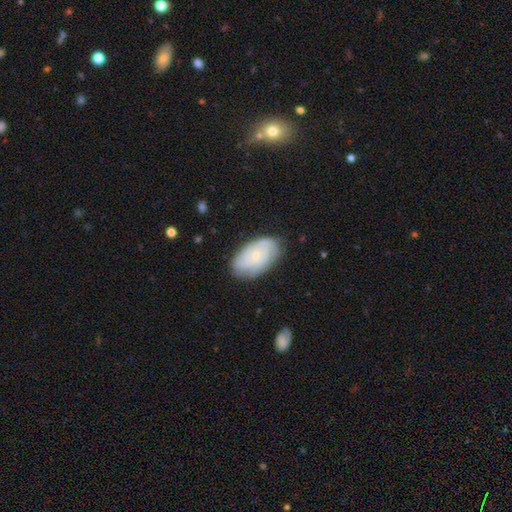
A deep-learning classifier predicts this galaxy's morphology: Smooth or featured? Predicted: featured or disk (p=0.66). Edge-on disk? Predicted: no (p=0.96). Bar? Predicted: no (p=0.77). Spiral arms? Predicted: yes (p=0.89). Spiral winding? Predicted: tight (p=0.67). Spiral arm count? Predicted: can't tell (p=0.44). Bulge size? Predicted: small (p=0.77). Merging? Predicted: none (p=0.77).